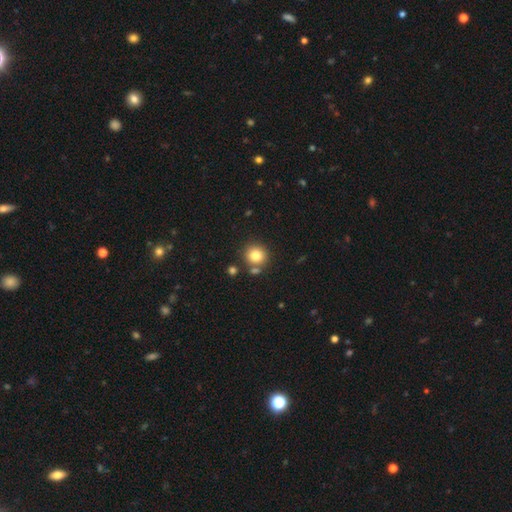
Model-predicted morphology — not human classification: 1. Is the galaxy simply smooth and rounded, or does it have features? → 80% smooth, 11% star or artifact, 8% featured or disk.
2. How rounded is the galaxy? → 90% round, 9% in between, 1% cigar-shaped.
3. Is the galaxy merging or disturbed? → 75% none, 14% merger, 9% minor disturbance, 3% major disturbance.